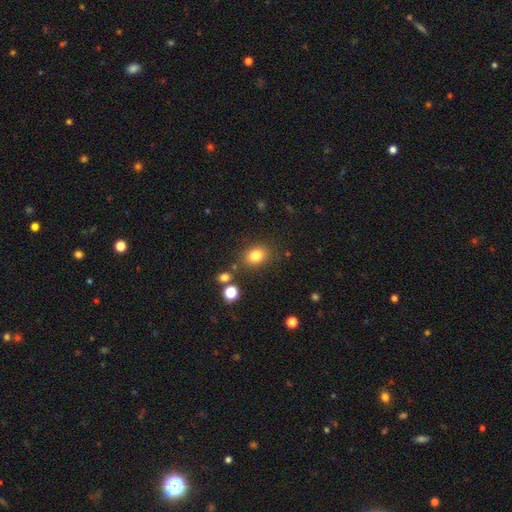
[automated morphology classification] type=smooth (80%); roundness=in between (58%); merging=none (80%).